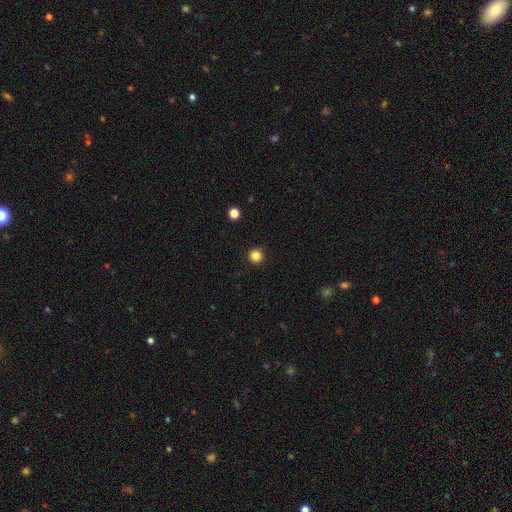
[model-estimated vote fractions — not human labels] Overall: smooth (84%). How rounded: round (96%). Merging: none (93%).